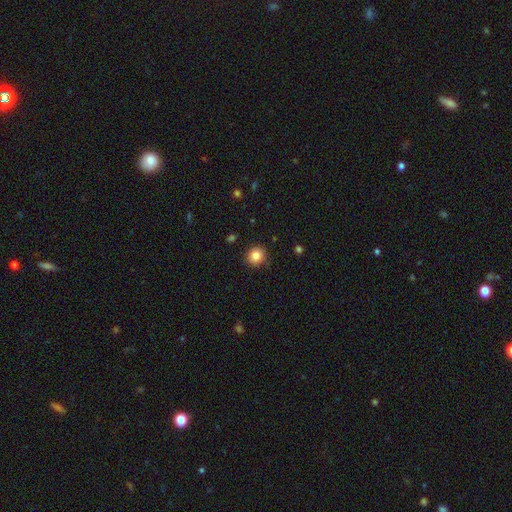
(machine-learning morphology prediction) Smooth or featured: smooth — 84% (star or artifact — 10%)
How rounded: round — 90% (in between — 9%)
Merging: none — 89% (minor disturbance — 8%)